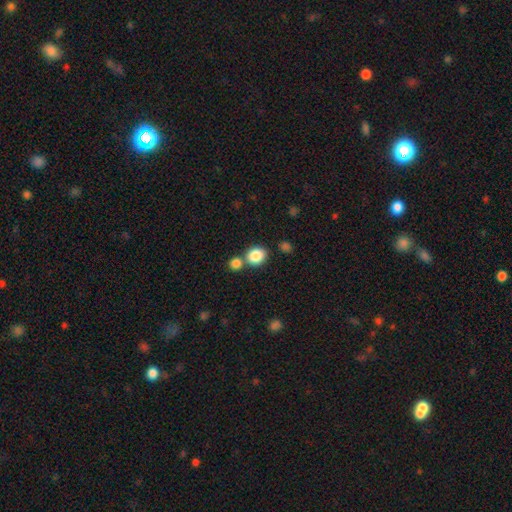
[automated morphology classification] Q: Smooth or featured?
A: smooth (86%); runner-up: star or artifact (9%)
Q: How rounded?
A: round (69%); runner-up: in between (30%)
Q: Merging?
A: none (59%); runner-up: merger (29%)